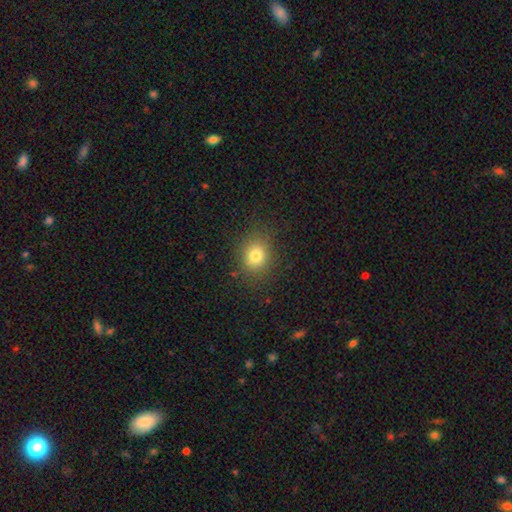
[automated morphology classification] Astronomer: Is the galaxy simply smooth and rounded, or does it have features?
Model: smooth — 79%.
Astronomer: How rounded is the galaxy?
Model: round — 69%.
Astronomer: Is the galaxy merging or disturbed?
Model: none — 84%.